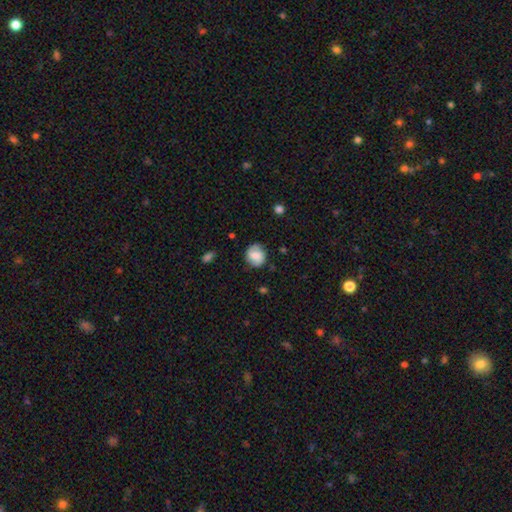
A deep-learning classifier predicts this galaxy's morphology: This appears to be a smooth galaxy with no disk features (58%) that is round (78%). Merging: none (77%).